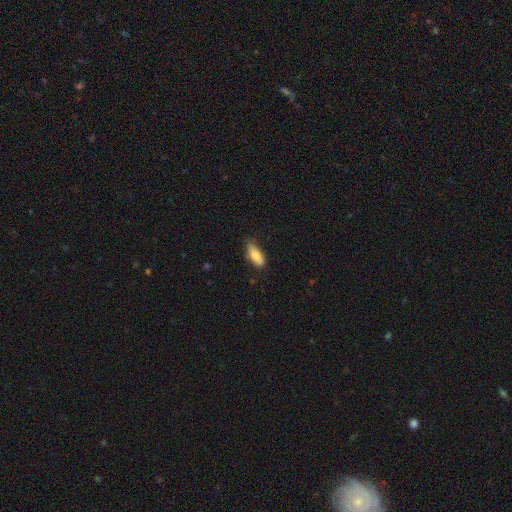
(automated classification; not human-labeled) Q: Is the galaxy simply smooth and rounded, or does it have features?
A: smooth — 83%.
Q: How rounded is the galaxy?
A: in between — 77%.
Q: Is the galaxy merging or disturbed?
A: none — 67%.